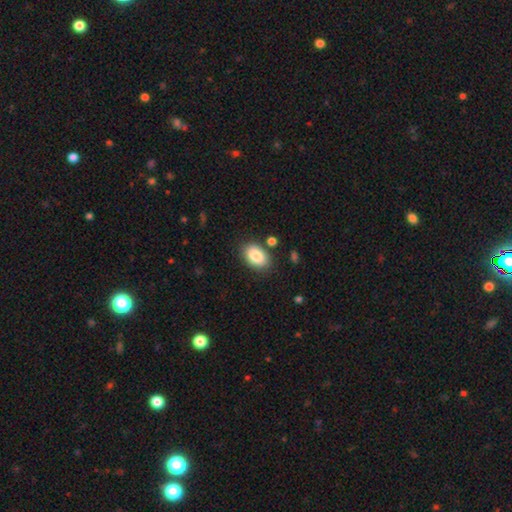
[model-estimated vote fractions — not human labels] A smooth galaxy with no disk features (85%) that is in between round and cigar-shaped (86%). Merging: none (82%).